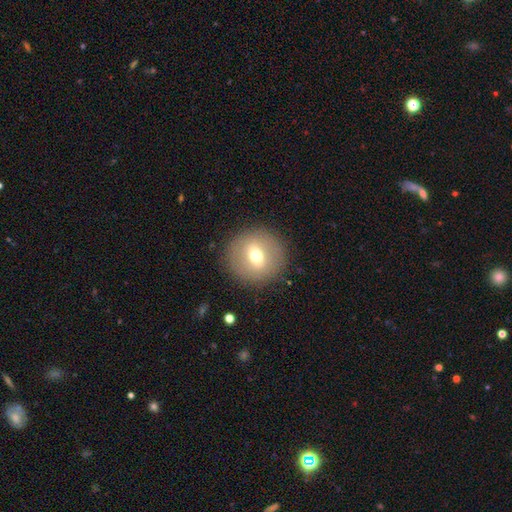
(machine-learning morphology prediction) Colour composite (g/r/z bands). It shows a smooth galaxy with no disk features (62%) that is round (93%). Merging: none (89%).